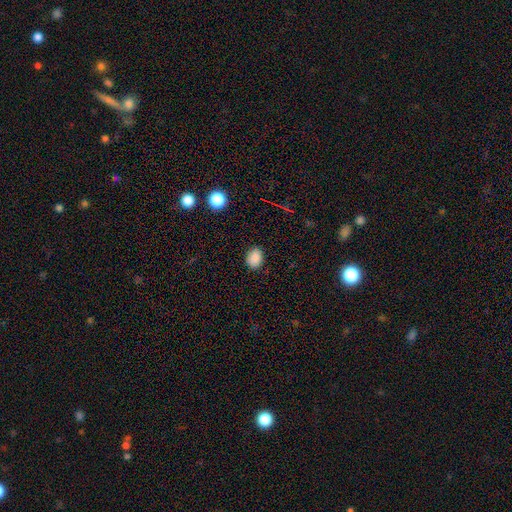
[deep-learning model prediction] Morphology: type=smooth (86%); roundness=in between (67%); merging=none (86%).